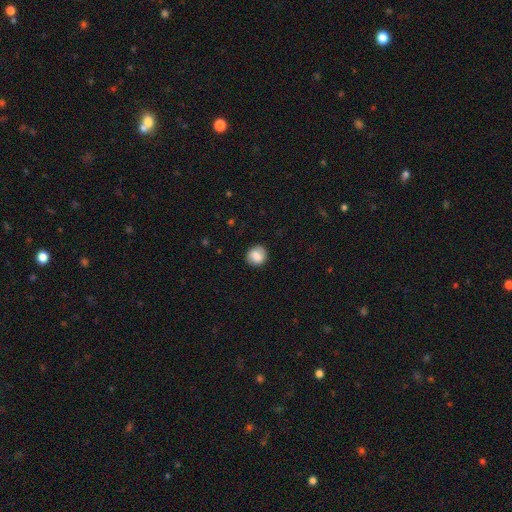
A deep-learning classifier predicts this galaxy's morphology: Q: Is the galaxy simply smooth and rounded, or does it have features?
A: smooth — 77%.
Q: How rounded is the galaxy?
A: round — 87%.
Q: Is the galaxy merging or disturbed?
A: none — 86%.